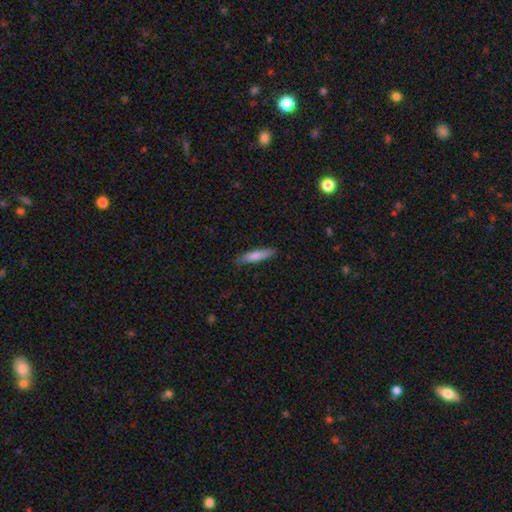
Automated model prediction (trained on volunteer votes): smooth 80%, featured or disk 15%, star or artifact 6%. Down the decision tree: how rounded — cigar-shaped (81%); merging — none (80%).